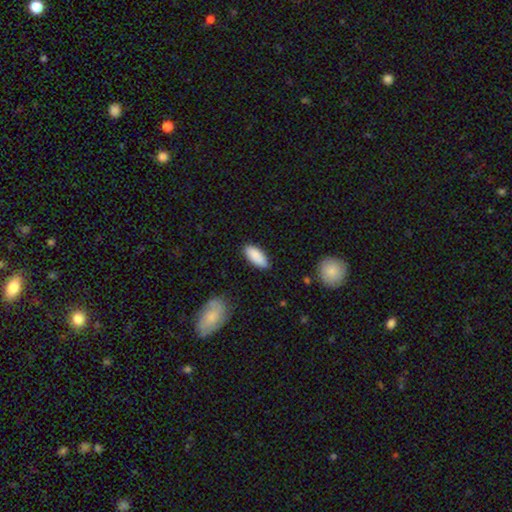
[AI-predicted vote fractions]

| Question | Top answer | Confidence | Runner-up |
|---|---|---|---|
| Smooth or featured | smooth | 88% | star or artifact (6%) |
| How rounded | in between | 84% | cigar-shaped (14%) |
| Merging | none | 83% | minor disturbance (13%) |